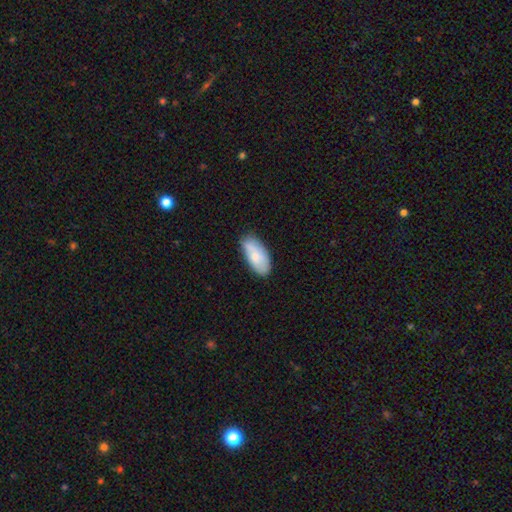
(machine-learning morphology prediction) smooth_or_featured: smooth (p=0.76) [alt: featured or disk p=0.18]
how_rounded: in between (p=0.92) [alt: cigar-shaped p=0.06]
merging: none (p=0.74) [alt: minor disturbance p=0.21]